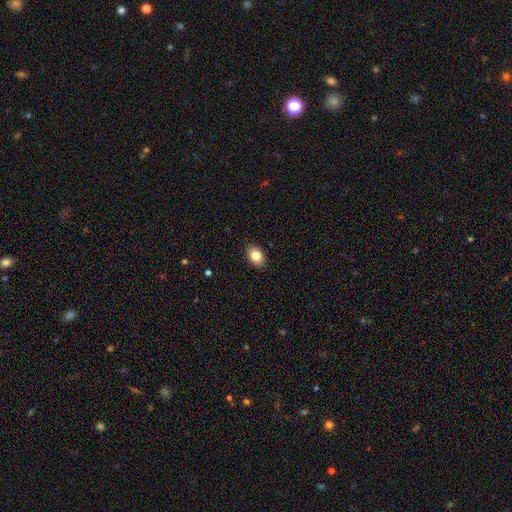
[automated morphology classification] Q: Smooth or featured?
A: smooth (84%); runner-up: featured or disk (9%)
Q: How rounded?
A: in between (82%); runner-up: round (16%)
Q: Merging?
A: none (88%); runner-up: minor disturbance (9%)